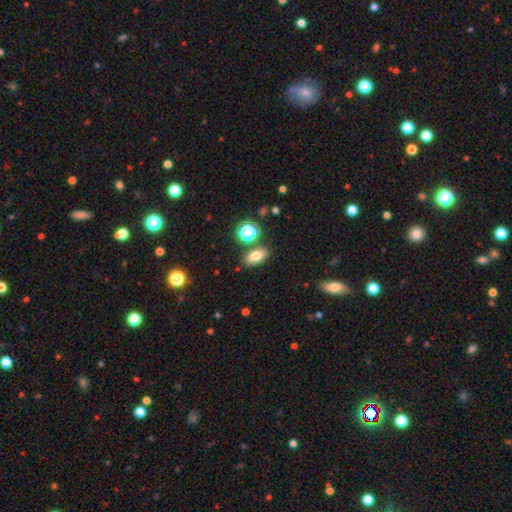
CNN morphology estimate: smooth_or_featured: smooth (p=0.77) [alt: star or artifact p=0.13]
how_rounded: in between (p=0.85) [alt: round p=0.11]
merging: none (p=0.81) [alt: minor disturbance p=0.09]